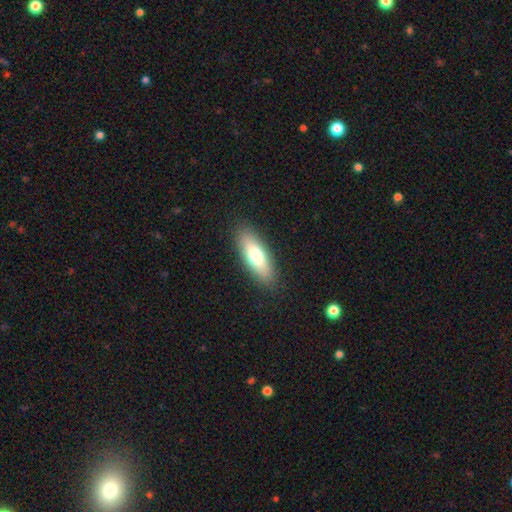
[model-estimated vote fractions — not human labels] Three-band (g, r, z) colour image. It shows a smooth galaxy with no disk features (70%) that is in between round and cigar-shaped (61%). Merging: none (88%).